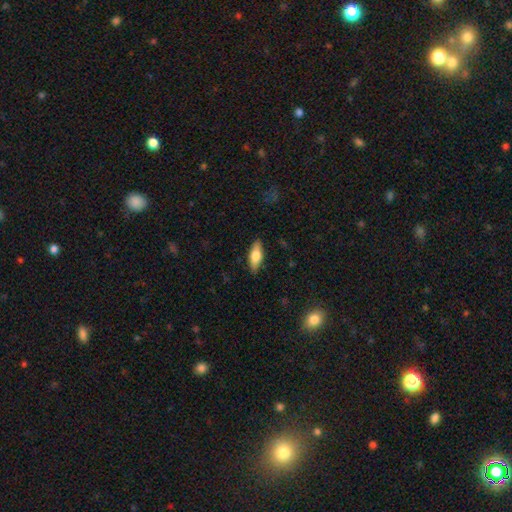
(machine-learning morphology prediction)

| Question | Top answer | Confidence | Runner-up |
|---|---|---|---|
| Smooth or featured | smooth | 71% | featured or disk (23%) |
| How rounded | in between | 69% | cigar-shaped (29%) |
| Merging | none | 86% | minor disturbance (10%) |